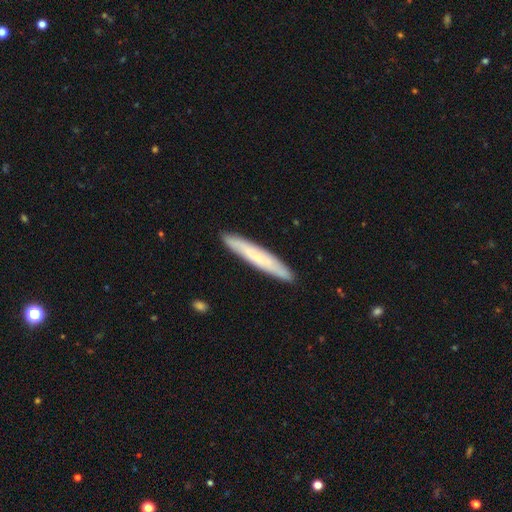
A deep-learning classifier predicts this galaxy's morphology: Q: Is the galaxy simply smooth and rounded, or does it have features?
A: smooth — 57%.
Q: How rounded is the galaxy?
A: cigar-shaped — 94%.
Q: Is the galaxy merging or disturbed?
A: none — 90%.